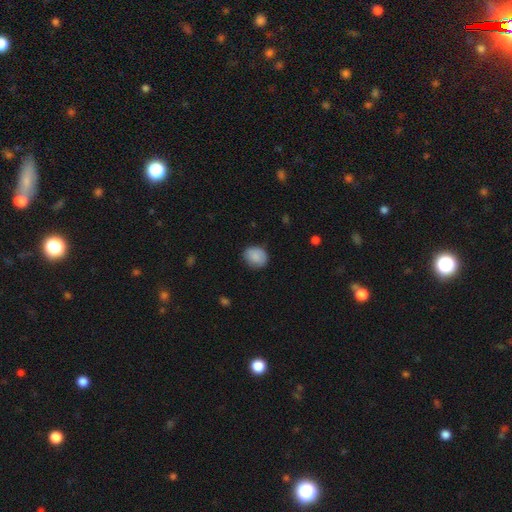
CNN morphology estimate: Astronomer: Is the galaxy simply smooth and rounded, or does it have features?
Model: smooth — 87%.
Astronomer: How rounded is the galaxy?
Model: round — 63%.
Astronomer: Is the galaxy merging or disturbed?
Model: none — 78%.